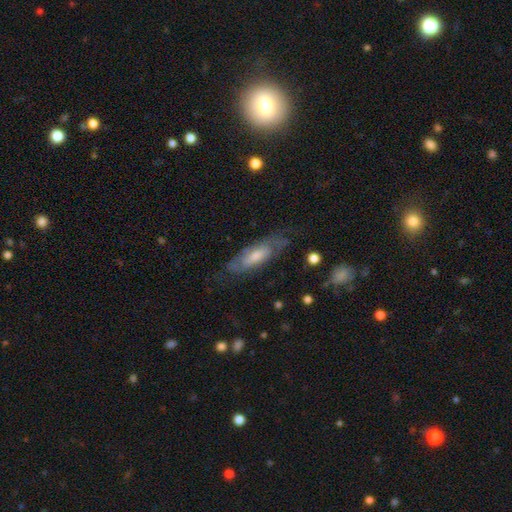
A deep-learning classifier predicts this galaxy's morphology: smooth-or-featured: featured or disk: 57% | smooth: 36% | star or artifact: 7%
  disk-edge-on: no: 72% | yes: 28%
  merging: none: 67% | minor disturbance: 21% | major disturbance: 10% | merger: 2%